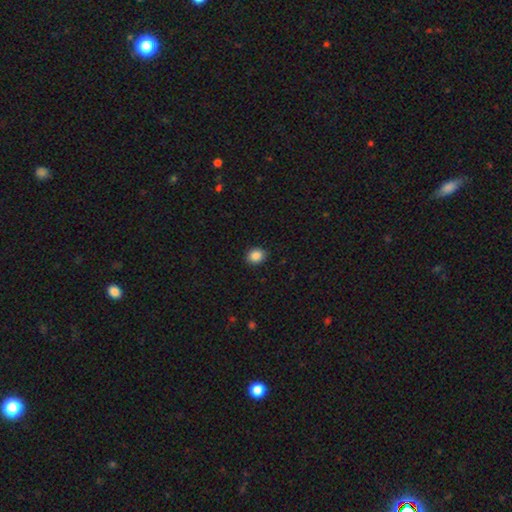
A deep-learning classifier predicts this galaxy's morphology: Smooth or featured? Predicted: smooth (p=0.88). How rounded? Predicted: round (p=0.62). Merging? Predicted: none (p=0.90).